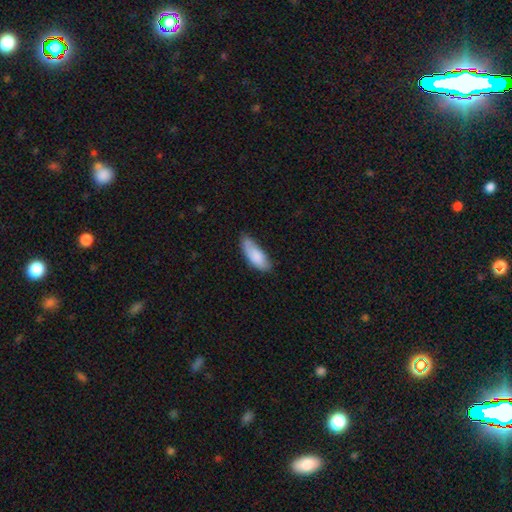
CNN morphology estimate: Smooth or featured?
  - smooth: 83% *
  - featured or disk: 11%
  - star or artifact: 6%
How rounded?
  - in between: 72% *
  - cigar-shaped: 26%
  - round: 2%
Merging?
  - none: 60% *
  - minor disturbance: 32%
  - major disturbance: 6%
  - merger: 2%